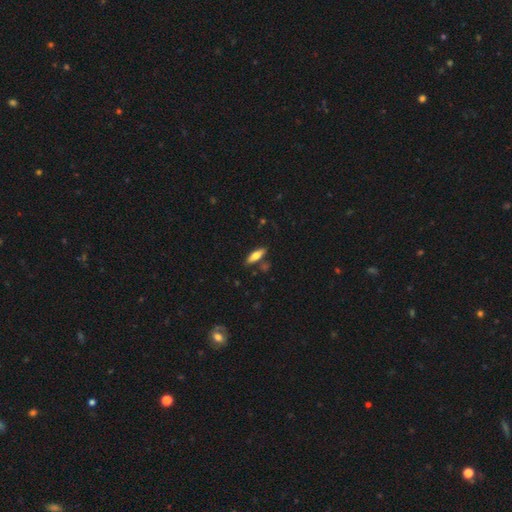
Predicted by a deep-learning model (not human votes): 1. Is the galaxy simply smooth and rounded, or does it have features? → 65% smooth, 29% featured or disk, 6% star or artifact.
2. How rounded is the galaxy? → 50% in between, 48% cigar-shaped, 2% round.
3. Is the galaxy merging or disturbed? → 82% none, 11% minor disturbance, 5% merger, 2% major disturbance.